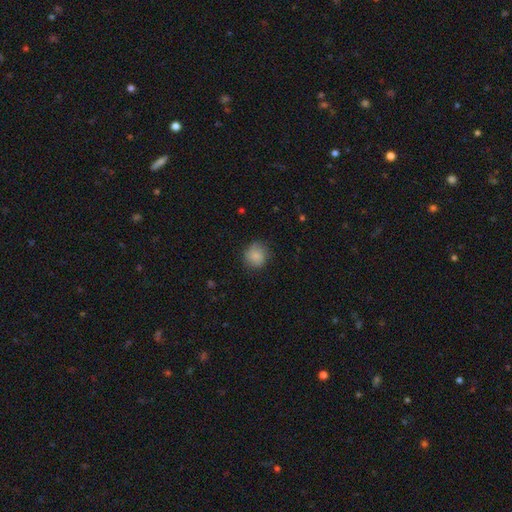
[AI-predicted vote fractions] A smooth galaxy with no disk features (79%) that is round (87%). Merging: none (76%).